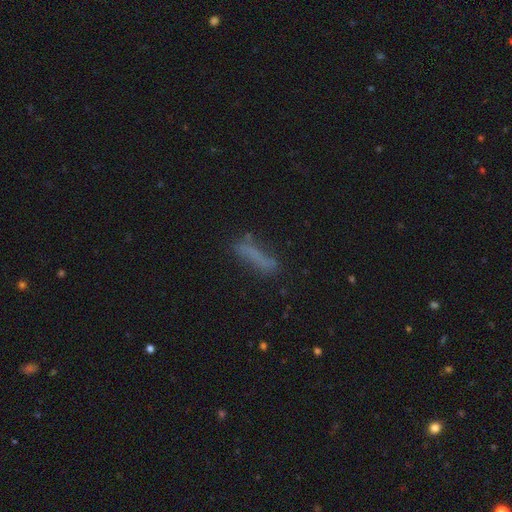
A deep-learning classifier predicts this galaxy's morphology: Smooth or featured? Predicted: smooth (p=0.62). How rounded? Predicted: cigar-shaped (p=0.80). Merging? Predicted: none (p=0.66).